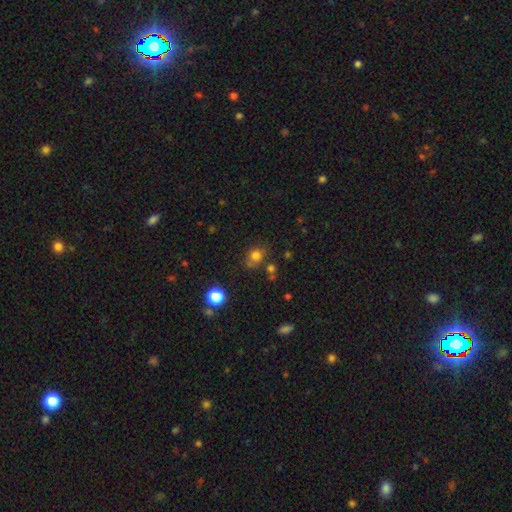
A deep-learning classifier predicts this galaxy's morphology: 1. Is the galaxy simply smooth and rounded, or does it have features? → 77% smooth, 15% star or artifact, 9% featured or disk.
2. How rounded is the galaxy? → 60% round, 39% in between, 1% cigar-shaped.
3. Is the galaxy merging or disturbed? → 61% none, 22% minor disturbance, 9% merger, 8% major disturbance.